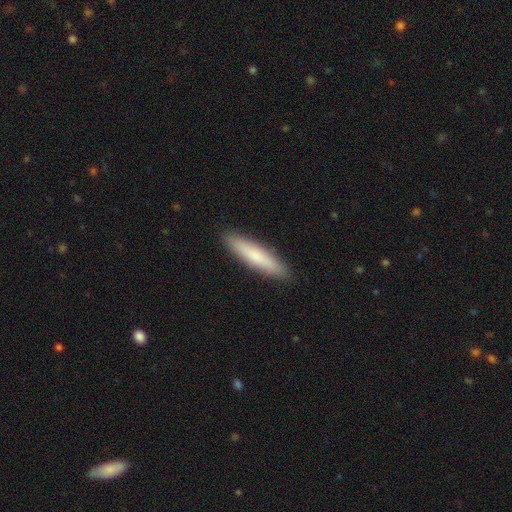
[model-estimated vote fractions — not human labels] Q: Smooth or featured?
A: smooth (77%); runner-up: featured or disk (18%)
Q: How rounded?
A: cigar-shaped (85%); runner-up: in between (14%)
Q: Merging?
A: none (90%); runner-up: minor disturbance (7%)